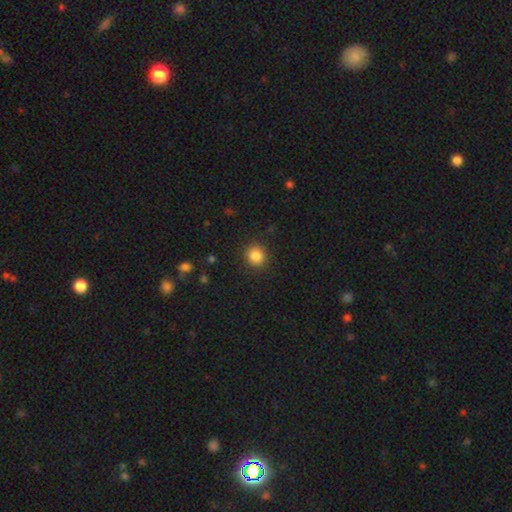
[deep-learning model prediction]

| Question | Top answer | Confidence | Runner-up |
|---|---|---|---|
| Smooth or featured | smooth | 86% | star or artifact (11%) |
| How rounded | round | 88% | in between (11%) |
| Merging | none | 91% | minor disturbance (6%) |